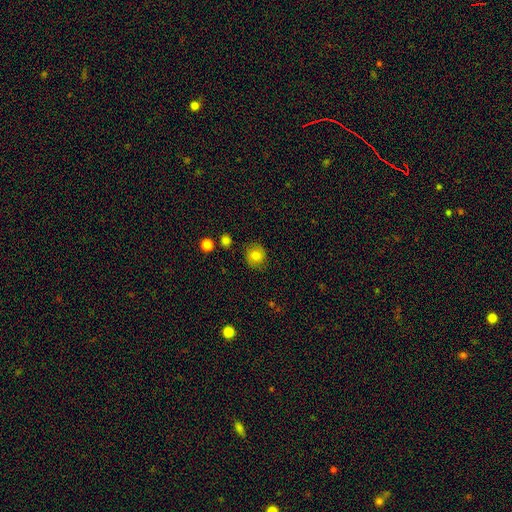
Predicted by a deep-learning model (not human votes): Q: Smooth or featured?
A: smooth (78%); runner-up: featured or disk (11%)
Q: How rounded?
A: round (88%); runner-up: in between (11%)
Q: Merging?
A: none (86%); runner-up: minor disturbance (10%)